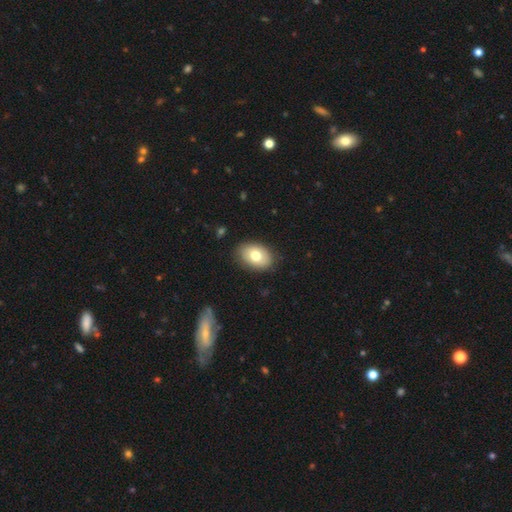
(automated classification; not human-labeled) smooth_or_featured: smooth (p=0.75) [alt: featured or disk p=0.17]
how_rounded: in between (p=0.85) [alt: round p=0.14]
merging: none (p=0.86) [alt: minor disturbance p=0.11]